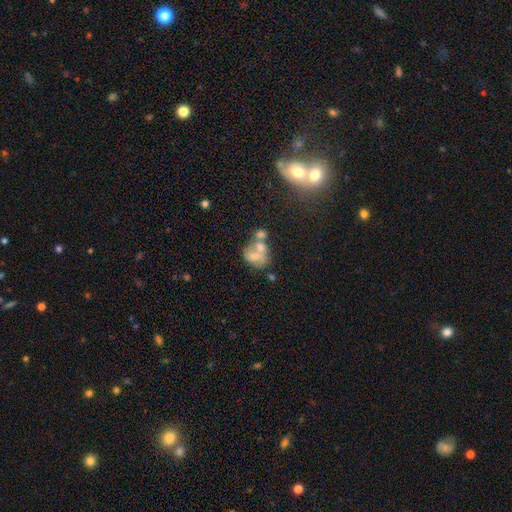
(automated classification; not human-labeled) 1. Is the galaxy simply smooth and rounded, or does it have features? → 51% smooth, 37% featured or disk, 12% star or artifact.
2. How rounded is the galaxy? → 55% in between, 43% round, 1% cigar-shaped.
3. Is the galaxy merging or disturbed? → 56% merger, 22% none, 12% minor disturbance, 10% major disturbance.